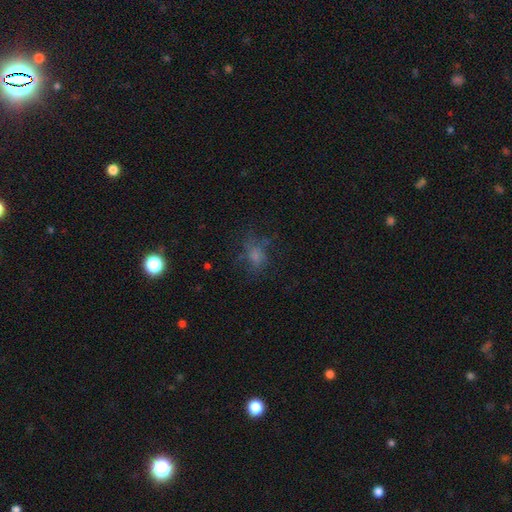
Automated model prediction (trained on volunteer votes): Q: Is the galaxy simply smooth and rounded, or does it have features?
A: smooth — 52%.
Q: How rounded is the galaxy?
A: in between — 55%.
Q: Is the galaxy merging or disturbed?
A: none — 56%.